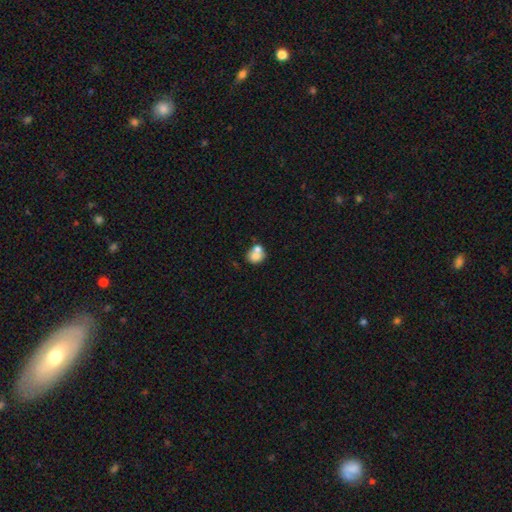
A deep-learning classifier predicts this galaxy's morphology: smooth-or-featured: smooth: 72% | featured or disk: 19% | star or artifact: 9%
  how-rounded: round: 67% | in between: 32% | cigar-shaped: 1%
  merging: merger: 52% | none: 34% | minor disturbance: 10% | major disturbance: 4%